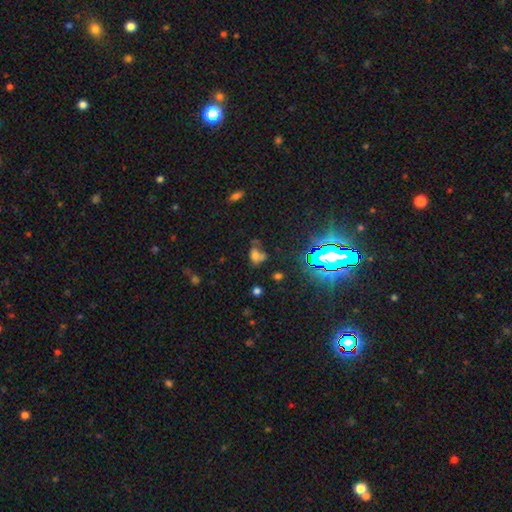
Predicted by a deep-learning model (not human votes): smooth_or_featured: smooth (p=0.52) [alt: star or artifact p=0.32]
how_rounded: in between (p=0.73) [alt: round p=0.24]
merging: none (p=0.34) [alt: minor disturbance p=0.24]